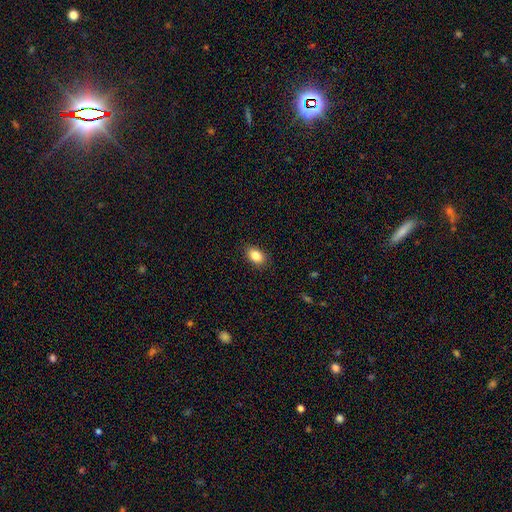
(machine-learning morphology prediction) Smooth or featured?
  - smooth: 86% *
  - star or artifact: 8%
  - featured or disk: 5%
How rounded?
  - in between: 85% *
  - round: 13%
  - cigar-shaped: 1%
Merging?
  - none: 88% *
  - minor disturbance: 9%
  - major disturbance: 2%
  - merger: 1%